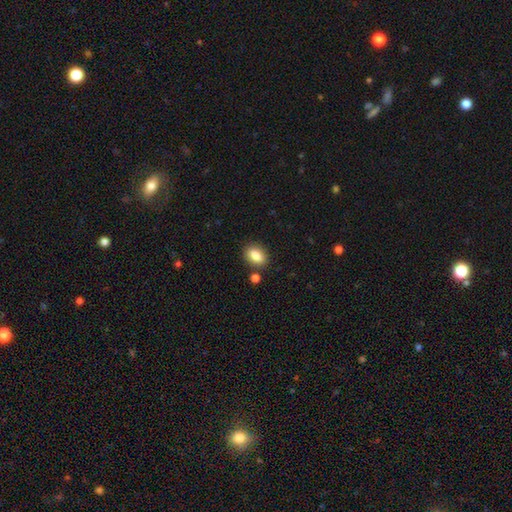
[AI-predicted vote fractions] Smooth or featured: smooth — 85% (star or artifact — 8%)
How rounded: in between — 78% (round — 20%)
Merging: none — 80% (minor disturbance — 10%)